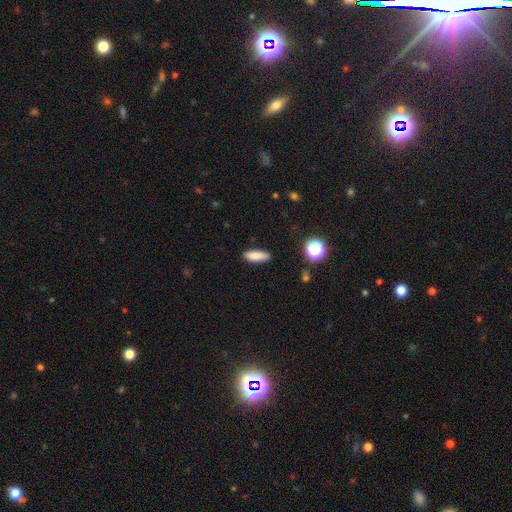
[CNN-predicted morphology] This is clearly a smooth galaxy (84%). How rounded: possibly in between (59%). Merging: clearly none (85%).